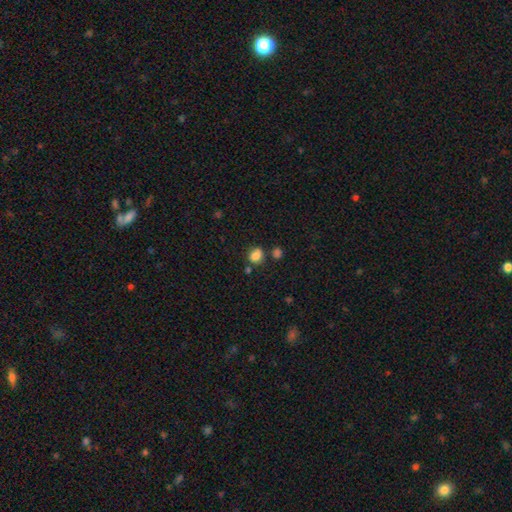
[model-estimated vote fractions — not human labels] Smooth or featured? smooth (82%)
How rounded? round (63%)
Merging? none (66%)